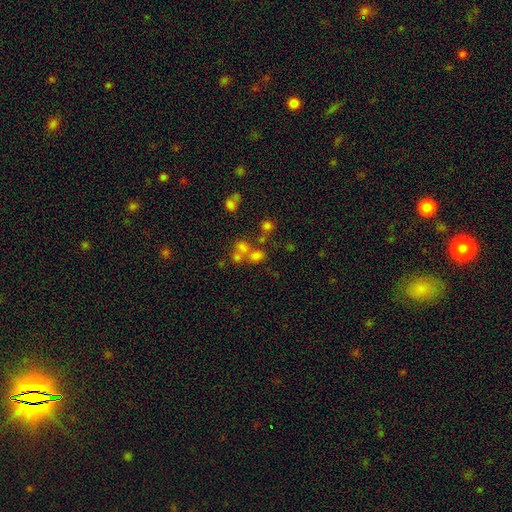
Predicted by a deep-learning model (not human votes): Overall: smooth (61%; star or artifact 23%). How rounded: round (52%; in between 46%). Merging: none (42%; merger 41%).